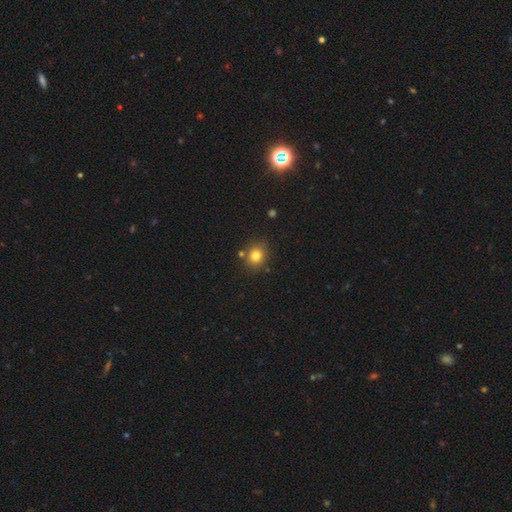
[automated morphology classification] The model was most divided on "how rounded": round: 71%, in between: 28%, cigar-shaped: 1%. More confident: smooth or featured — smooth (80%); merging — none (78%).